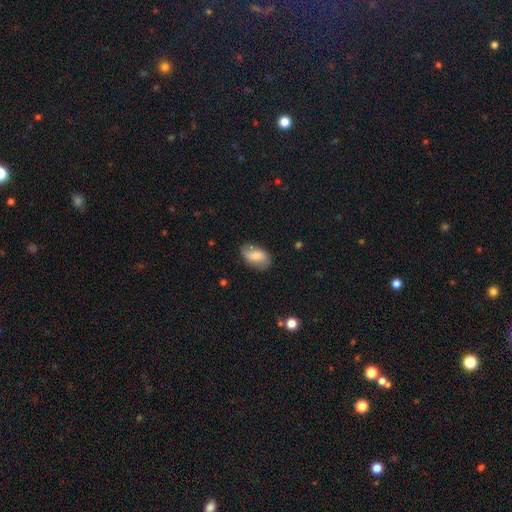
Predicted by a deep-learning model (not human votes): This is likely a smooth galaxy (68%). How rounded: clearly in between (92%). Merging: likely none (76%).